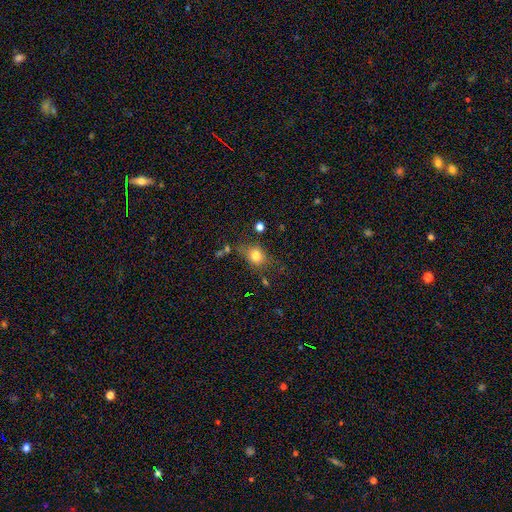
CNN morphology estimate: Smooth or featured?
  - smooth: 77% *
  - star or artifact: 12%
  - featured or disk: 11%
How rounded?
  - round: 54% *
  - in between: 44%
  - cigar-shaped: 2%
Merging?
  - none: 66% *
  - minor disturbance: 20%
  - major disturbance: 8%
  - merger: 5%